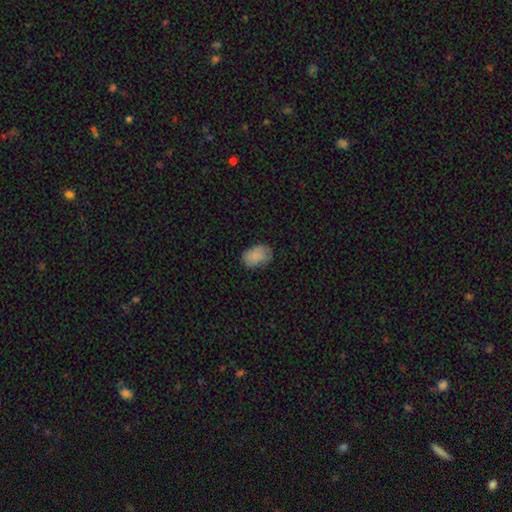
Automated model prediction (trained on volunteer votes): This appears to be a smooth galaxy with no disk features (87%) that is in between round and cigar-shaped (87%). Merging: none (77%).